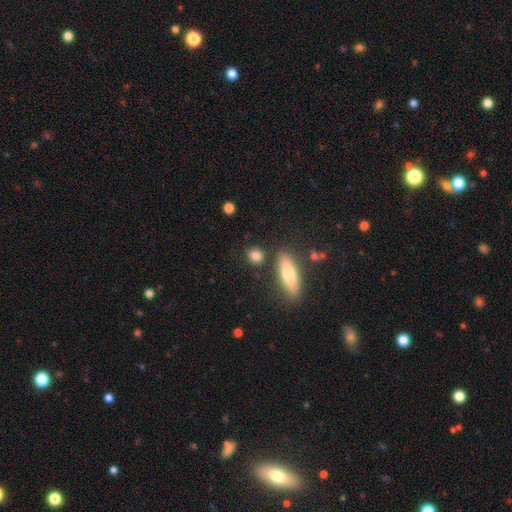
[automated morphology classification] smooth-or-featured: smooth: 84% | star or artifact: 9% | featured or disk: 7%
  how-rounded: round: 62% | in between: 30% | cigar-shaped: 8%
  merging: none: 80% | minor disturbance: 10% | merger: 6% | major disturbance: 3%